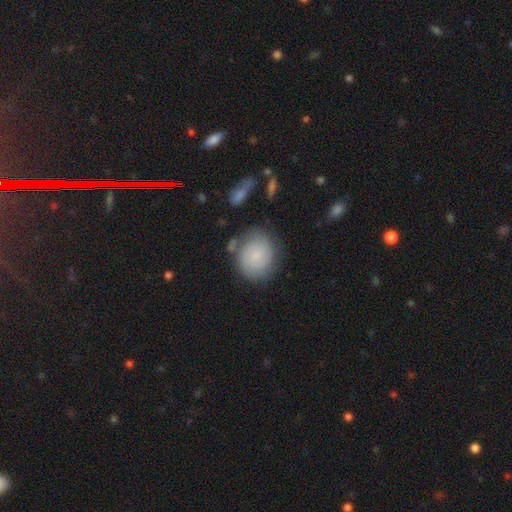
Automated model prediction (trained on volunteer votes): smooth-or-featured: smooth: 55% | featured or disk: 37% | star or artifact: 8%
  how-rounded: round: 70% | in between: 29% | cigar-shaped: 1%
  merging: none: 69% | minor disturbance: 19% | major disturbance: 7% | merger: 5%